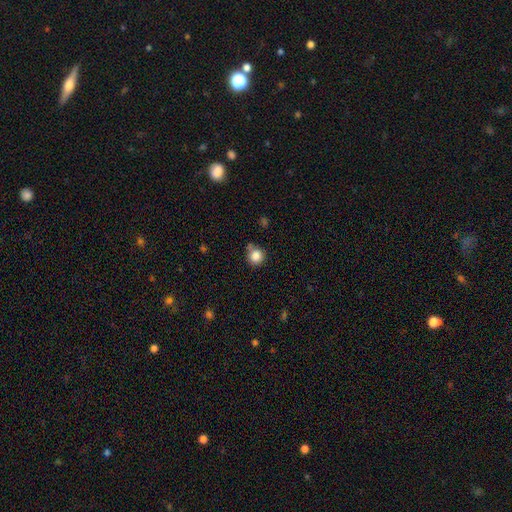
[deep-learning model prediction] This appears to be a smooth galaxy with no disk features (84%) that is round (90%). Merging: none (70%).